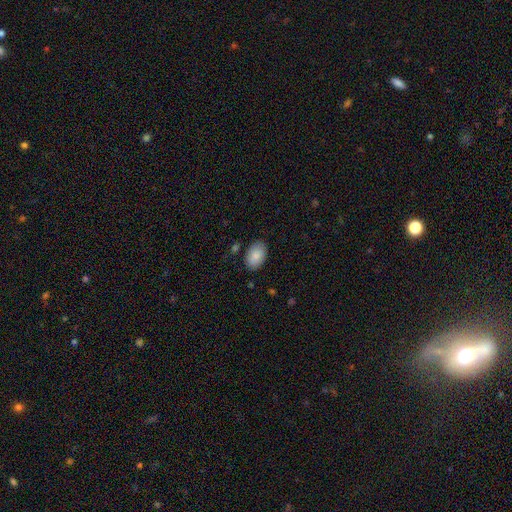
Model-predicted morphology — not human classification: The model was most divided on "merging": none: 85%, minor disturbance: 11%, major disturbance: 2%, merger: 2%. More confident: how rounded — in between (91%); smooth or featured — smooth (89%).